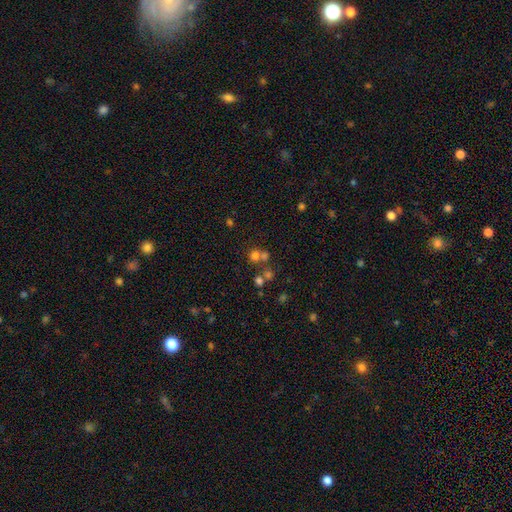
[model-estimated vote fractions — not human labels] Smooth or featured?
  - smooth: 62% *
  - star or artifact: 24%
  - featured or disk: 14%
How rounded?
  - round: 86% *
  - in between: 13%
  - cigar-shaped: 1%
Merging?
  - none: 51% *
  - merger: 37%
  - minor disturbance: 7%
  - major disturbance: 5%